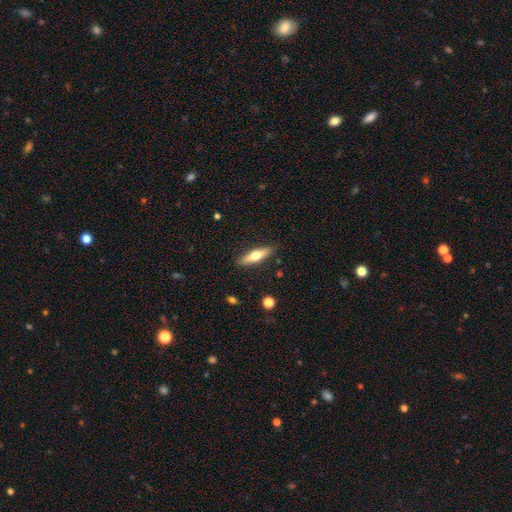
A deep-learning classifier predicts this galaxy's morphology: Smooth or featured? Predicted: smooth (p=0.54). How rounded? Predicted: cigar-shaped (p=0.63). Merging? Predicted: none (p=0.89).